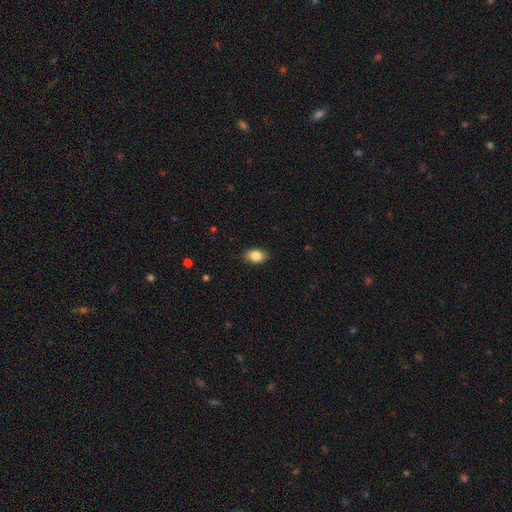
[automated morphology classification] Smooth or featured? smooth (86%)
How rounded? in between (88%)
Merging? none (88%)